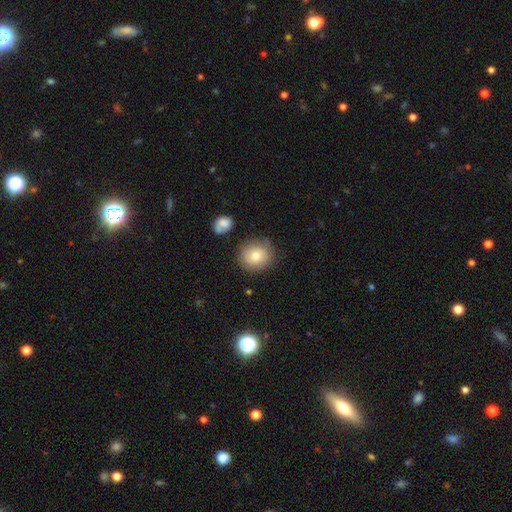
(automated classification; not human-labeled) This appears to be a smooth galaxy with no disk features (77%) that is round (83%). Merging: none (79%).